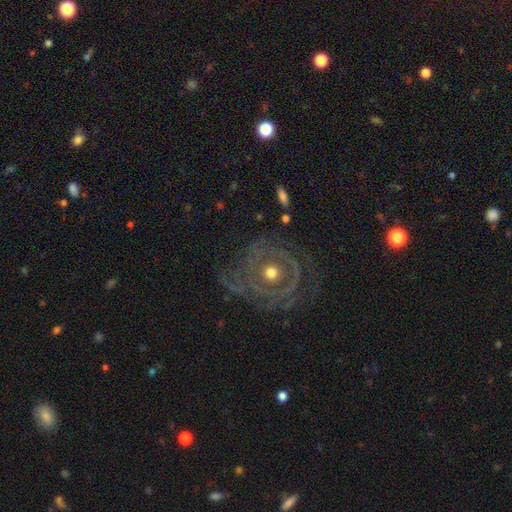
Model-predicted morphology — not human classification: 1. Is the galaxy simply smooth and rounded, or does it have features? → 65% featured or disk, 19% star or artifact, 16% smooth.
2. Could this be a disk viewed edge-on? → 96% no, 4% yes.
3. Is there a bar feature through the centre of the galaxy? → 71% no, 22% weak, 6% strong.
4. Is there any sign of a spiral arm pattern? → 78% yes, 22% no.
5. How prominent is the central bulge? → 52% moderate, 42% small, 3% large, 2% none, 1% dominant.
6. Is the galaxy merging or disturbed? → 75% none, 14% minor disturbance, 9% major disturbance, 2% merger.